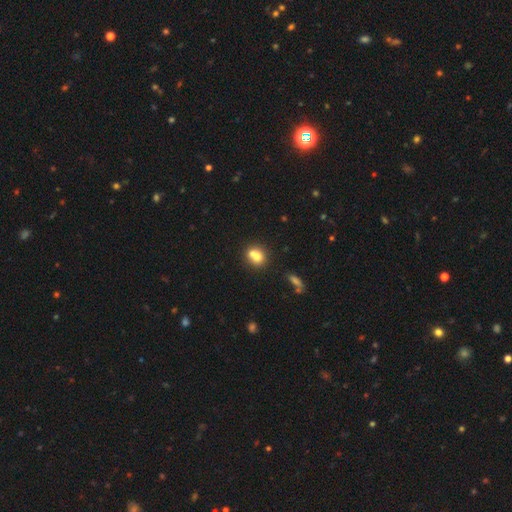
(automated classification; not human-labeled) smooth 71%, featured or disk 18%, star or artifact 11%. Down the decision tree: how rounded — round (68%); merging — merger (55%).